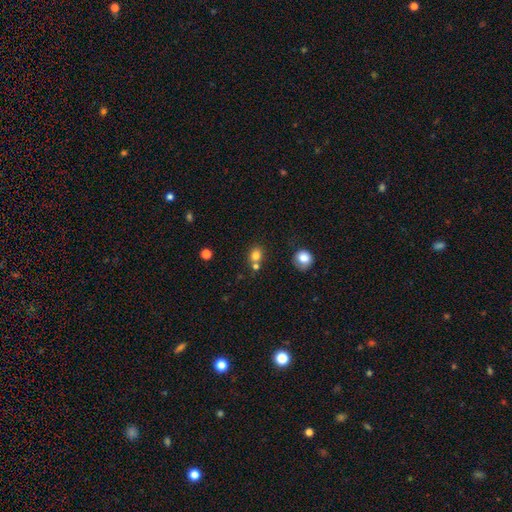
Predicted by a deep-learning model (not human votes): The model was most divided on "merging": none: 59%, merger: 27%, minor disturbance: 10%, major disturbance: 3%. More confident: smooth or featured — smooth (79%); how rounded — round (70%).